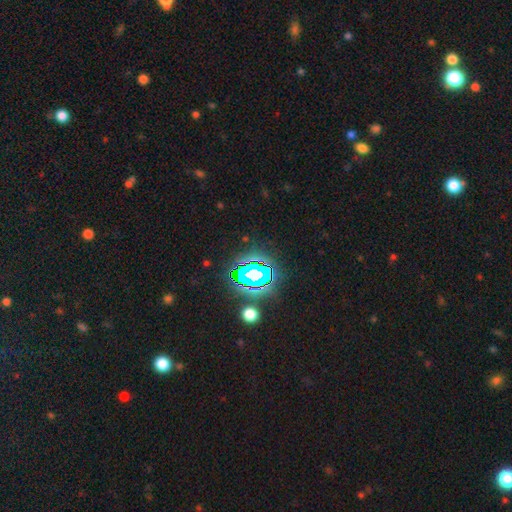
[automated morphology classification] Q: Smooth or featured?
A: star or artifact (82%); runner-up: smooth (11%)